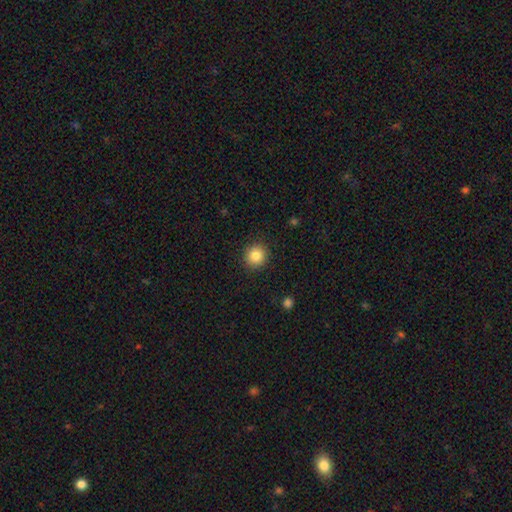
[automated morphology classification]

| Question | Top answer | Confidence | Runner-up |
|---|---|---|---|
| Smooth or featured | smooth | 86% | star or artifact (10%) |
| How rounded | round | 90% | in between (9%) |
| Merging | none | 90% | minor disturbance (6%) |